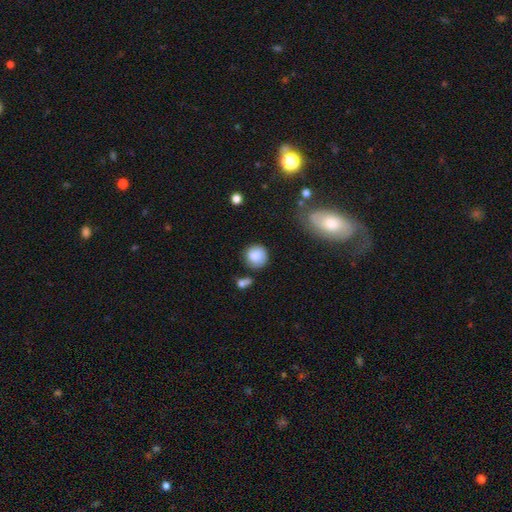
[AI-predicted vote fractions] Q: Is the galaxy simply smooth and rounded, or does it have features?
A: smooth — 86%.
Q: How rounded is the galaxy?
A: round — 89%.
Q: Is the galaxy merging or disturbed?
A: none — 73%.